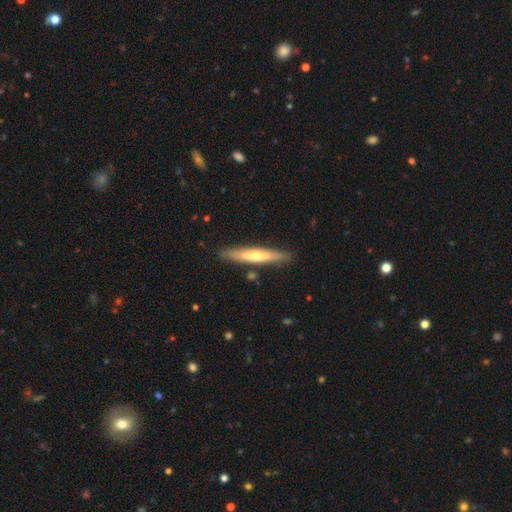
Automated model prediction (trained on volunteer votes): Smooth or featured?
  - featured or disk: 50% *
  - smooth: 44%
  - star or artifact: 6%
Edge-on disk?
  - yes: 91% *
  - no: 9%
Merging?
  - none: 88% *
  - minor disturbance: 9%
  - merger: 2%
  - major disturbance: 2%